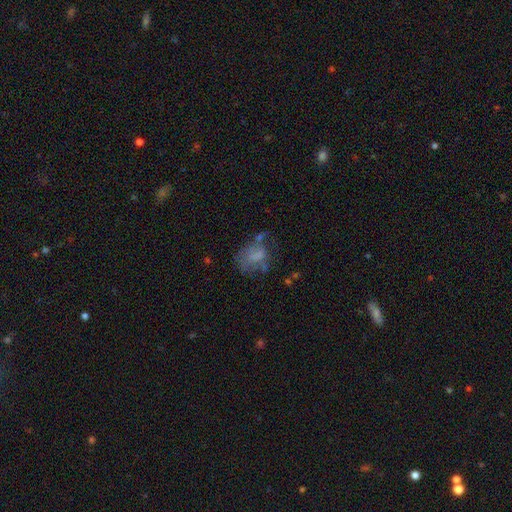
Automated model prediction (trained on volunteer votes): This appears to be a smooth galaxy with no disk features (55%) that is in between round and cigar-shaped (64%). Merging: none (34%).